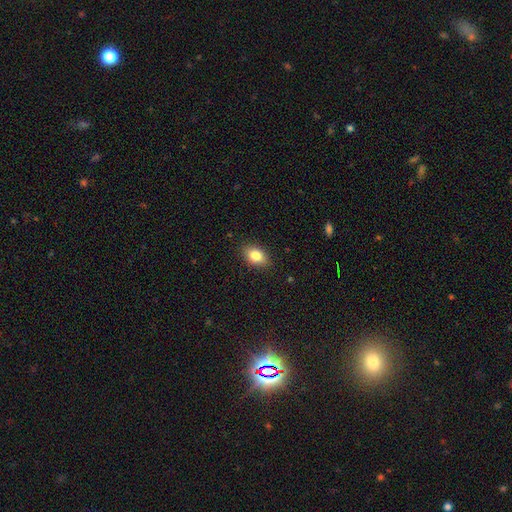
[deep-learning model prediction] Smooth or featured?
  - smooth: 83% *
  - featured or disk: 9%
  - star or artifact: 8%
How rounded?
  - in between: 86% *
  - round: 12%
  - cigar-shaped: 2%
Merging?
  - none: 87% *
  - minor disturbance: 9%
  - major disturbance: 2%
  - merger: 1%